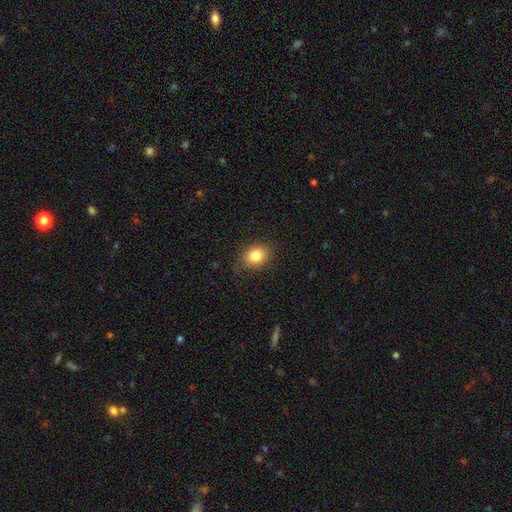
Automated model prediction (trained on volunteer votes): smooth-or-featured: smooth: 83% | star or artifact: 10% | featured or disk: 7%
  how-rounded: round: 51% | in between: 48% | cigar-shaped: 1%
  merging: none: 83% | minor disturbance: 13% | major disturbance: 3% | merger: 1%